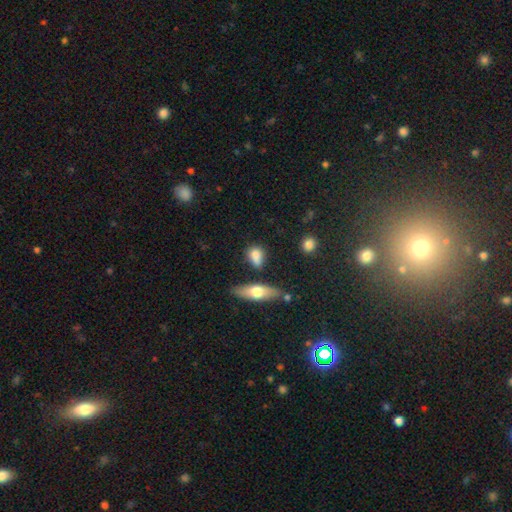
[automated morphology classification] A smooth galaxy with no disk features (79%) that is in between round and cigar-shaped (60%).

Vote fractions:
- Smooth or featured? smooth: 79% / featured or disk: 12% / star or artifact: 9%
- How rounded? in between: 60% / round: 32% / cigar-shaped: 8%
- Merging? none: 62% / minor disturbance: 20% / merger: 11% / major disturbance: 7%